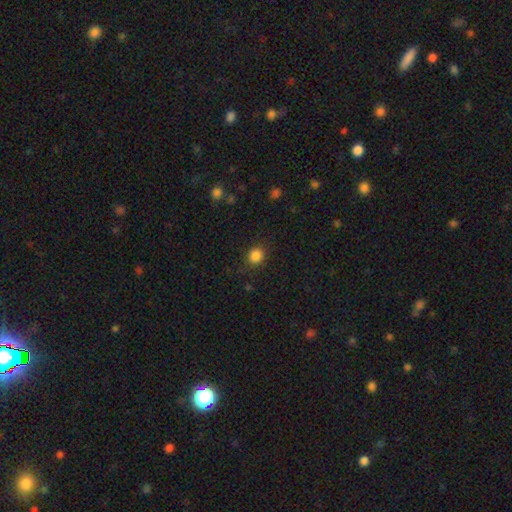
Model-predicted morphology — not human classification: Smooth or featured: smooth — 85% (star or artifact — 11%)
How rounded: round — 84% (in between — 15%)
Merging: none — 85% (minor disturbance — 11%)